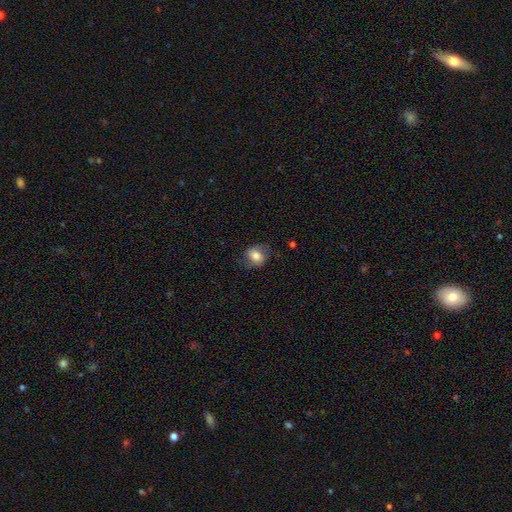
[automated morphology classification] Smooth or featured? smooth (73%)
How rounded? in between (54%)
Merging? none (70%)